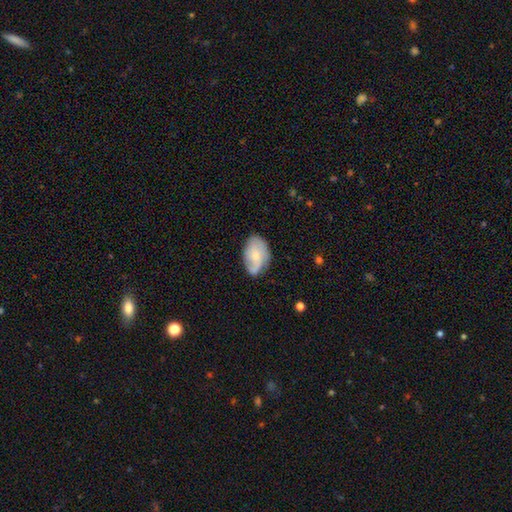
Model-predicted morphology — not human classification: A featured or disk galaxy (51%). Merging: none (65%).